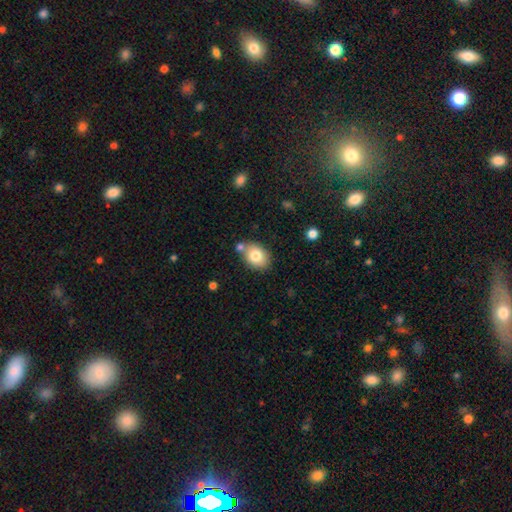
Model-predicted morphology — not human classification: A smooth galaxy with no disk features (79%) that is in between round and cigar-shaped (70%). Merging: none (69%).